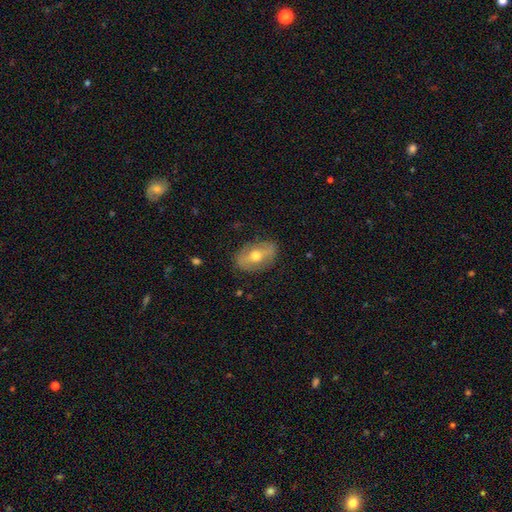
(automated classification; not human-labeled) A featured or disk galaxy (52%).

Vote fractions:
- Smooth or featured? featured or disk: 52% / smooth: 40% / star or artifact: 8%
- Edge-on disk? no: 84% / yes: 16%
- Merging? none: 82% / minor disturbance: 13% / major disturbance: 4% / merger: 1%